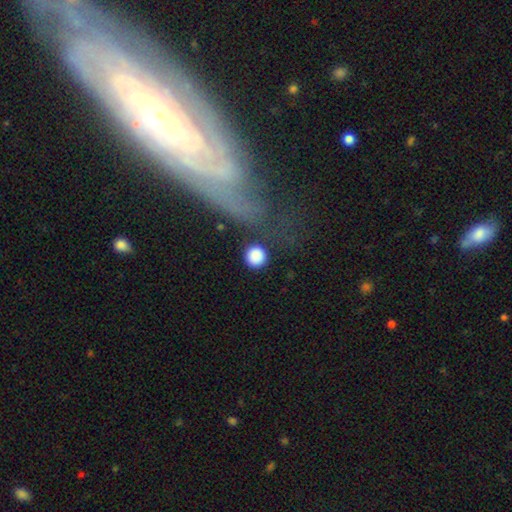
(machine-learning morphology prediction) This is clearly a smooth galaxy (87%). How rounded: clearly round (94%). Merging: clearly none (84%).